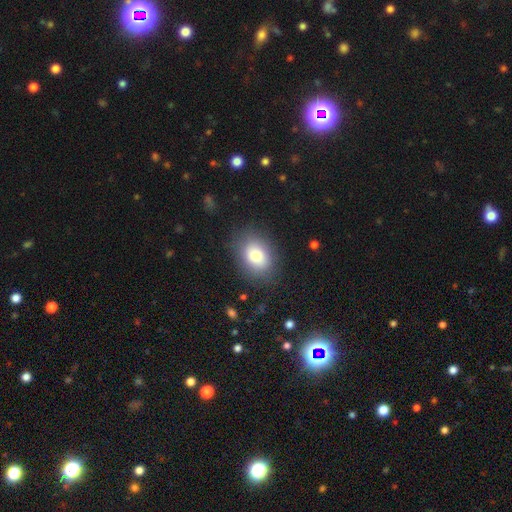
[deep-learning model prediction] A smooth galaxy with no disk features (81%) that is in between round and cigar-shaped (72%).

Vote fractions:
- Smooth or featured? smooth: 81% / featured or disk: 10% / star or artifact: 9%
- How rounded? in between: 72% / round: 27% / cigar-shaped: 1%
- Merging? none: 81% / minor disturbance: 13% / major disturbance: 5% / merger: 1%